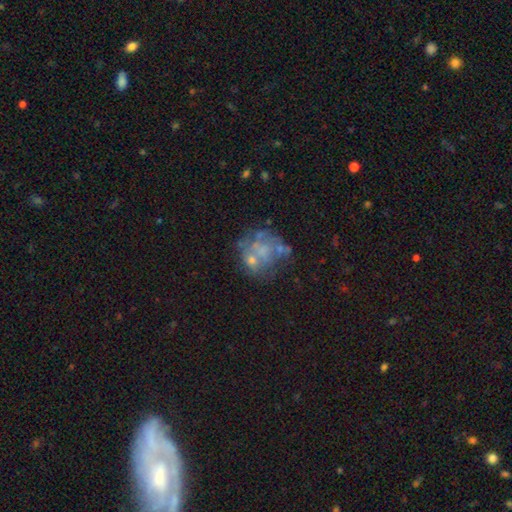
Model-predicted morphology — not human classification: Smooth or featured? featured or disk (57%)
Edge-on disk? no (98%)
Bar? no (92%)
Spiral arms? no (88%)
Bulge size? none (55%)
Merging? none (45%)